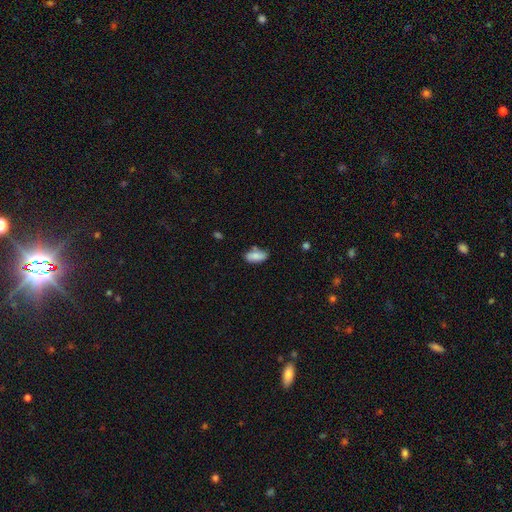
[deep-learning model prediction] A smooth galaxy with no disk features (80%) that is in between round and cigar-shaped (90%). Merging: none (64%).